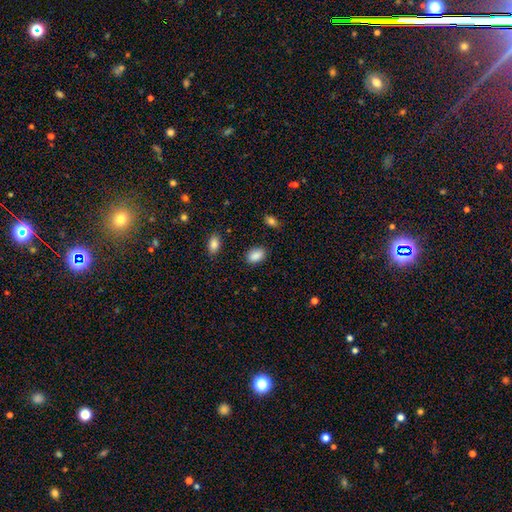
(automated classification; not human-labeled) Morphology: type=smooth (88%); roundness=in between (87%); merging=none (85%).